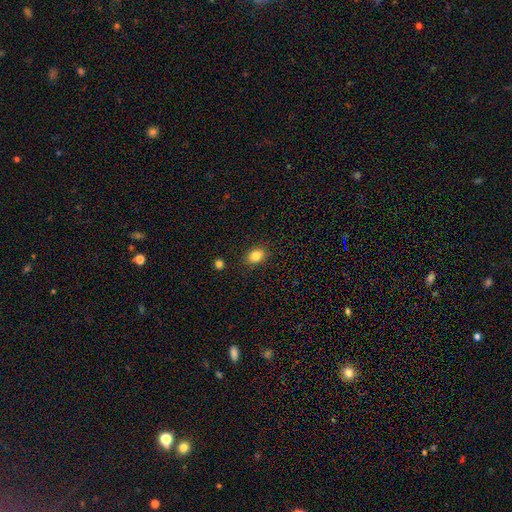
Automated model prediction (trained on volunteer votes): This is clearly a smooth galaxy (85%). How rounded: likely in between (71%). Merging: clearly none (86%).